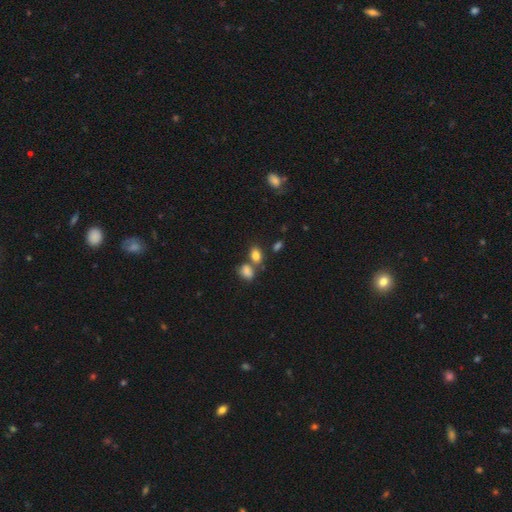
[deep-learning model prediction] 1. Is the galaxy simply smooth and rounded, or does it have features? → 81% smooth, 11% star or artifact, 8% featured or disk.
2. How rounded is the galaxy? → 78% in between, 21% round, 2% cigar-shaped.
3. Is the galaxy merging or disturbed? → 54% none, 30% merger, 12% minor disturbance, 4% major disturbance.